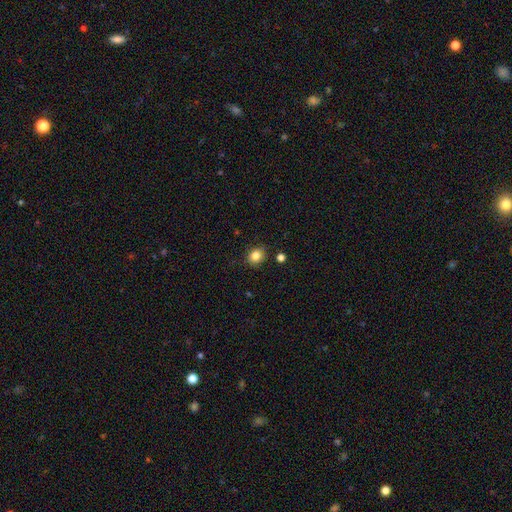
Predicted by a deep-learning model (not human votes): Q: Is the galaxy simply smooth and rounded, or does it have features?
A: smooth — 83%.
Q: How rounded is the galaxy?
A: round — 71%.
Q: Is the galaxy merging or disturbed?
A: none — 85%.